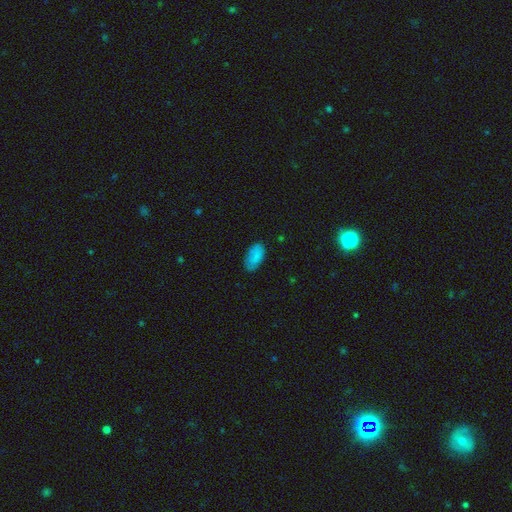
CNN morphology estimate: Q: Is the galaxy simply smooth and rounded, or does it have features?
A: smooth — 84%.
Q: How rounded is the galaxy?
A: in between — 94%.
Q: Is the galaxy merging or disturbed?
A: none — 76%.